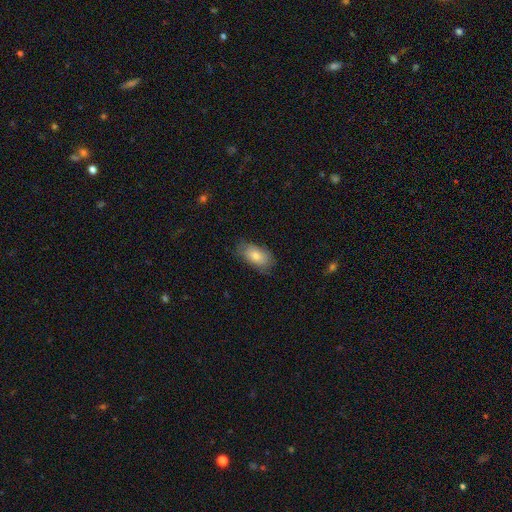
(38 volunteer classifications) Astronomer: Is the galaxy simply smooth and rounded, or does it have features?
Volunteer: smooth — 71%.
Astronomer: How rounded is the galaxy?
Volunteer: in between — 89%.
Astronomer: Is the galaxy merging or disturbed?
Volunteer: none — 68%.